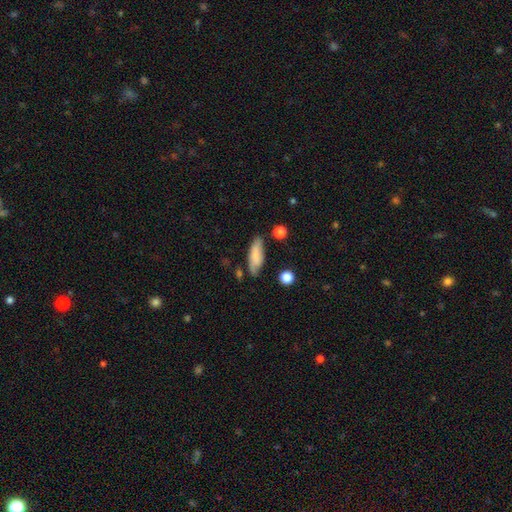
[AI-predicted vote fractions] Overall: smooth (76%). How rounded: in between (64%; cigar-shaped 33%). Merging: none (68%).